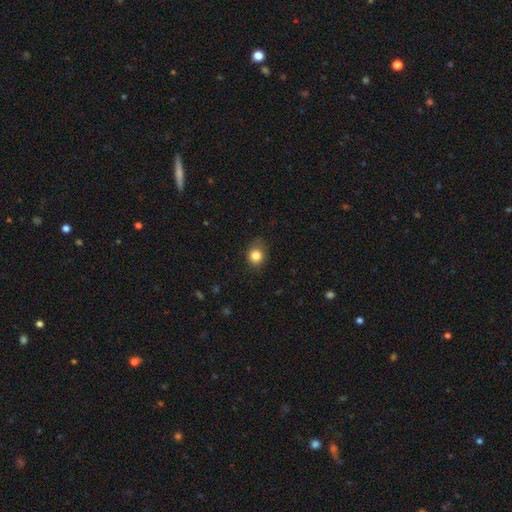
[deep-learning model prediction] Q: Smooth or featured?
A: smooth (84%); runner-up: star or artifact (11%)
Q: How rounded?
A: round (72%); runner-up: in between (27%)
Q: Merging?
A: none (76%); runner-up: minor disturbance (18%)